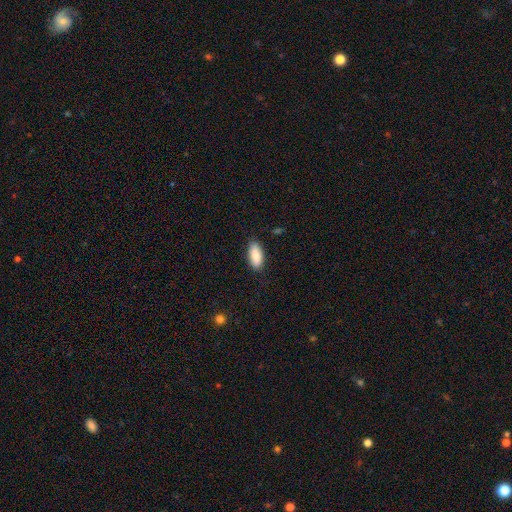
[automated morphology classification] smooth-or-featured: smooth: 88% | featured or disk: 6% | star or artifact: 6%
  how-rounded: in between: 87% | cigar-shaped: 11% | round: 2%
  merging: none: 85% | minor disturbance: 12% | major disturbance: 2% | merger: 1%